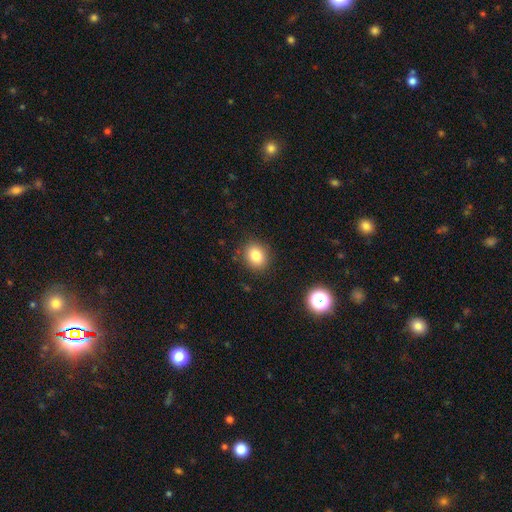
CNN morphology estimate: A smooth galaxy with no disk features (83%) that is round (65%). Merging: none (87%).